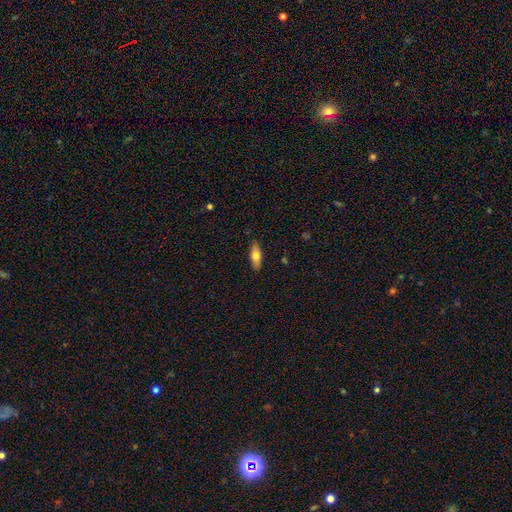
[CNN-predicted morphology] smooth-or-featured: smooth: 65% | featured or disk: 28% | star or artifact: 6%
  how-rounded: in between: 64% | cigar-shaped: 33% | round: 3%
  merging: none: 86% | minor disturbance: 11% | major disturbance: 2% | merger: 1%